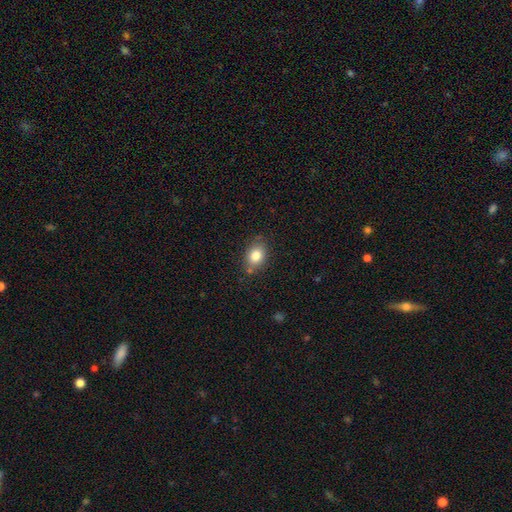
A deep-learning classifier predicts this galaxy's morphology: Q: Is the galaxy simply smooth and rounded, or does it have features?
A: smooth — 82%.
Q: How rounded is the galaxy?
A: in between — 64%.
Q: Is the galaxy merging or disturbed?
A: none — 76%.